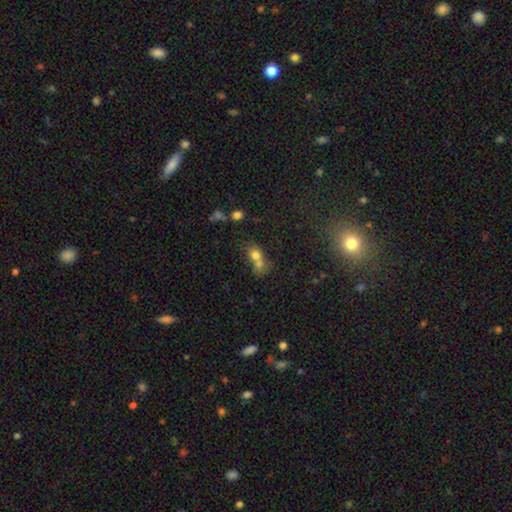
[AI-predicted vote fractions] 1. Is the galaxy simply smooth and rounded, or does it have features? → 72% smooth, 15% featured or disk, 13% star or artifact.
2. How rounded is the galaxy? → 56% round, 42% in between, 2% cigar-shaped.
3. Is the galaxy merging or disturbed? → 69% merger, 20% none, 6% minor disturbance, 4% major disturbance.